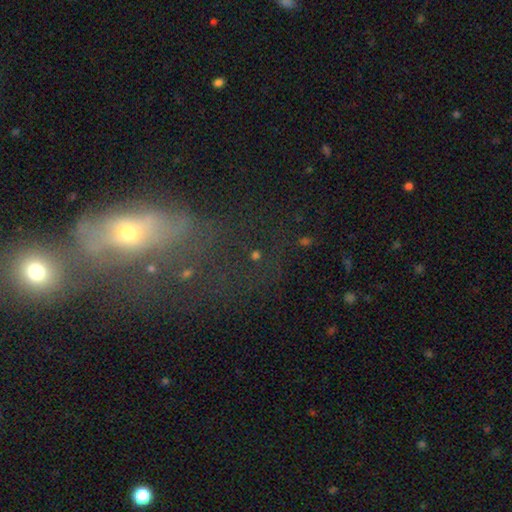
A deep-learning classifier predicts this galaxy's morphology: Smooth or featured? Predicted: star or artifact (p=0.55).